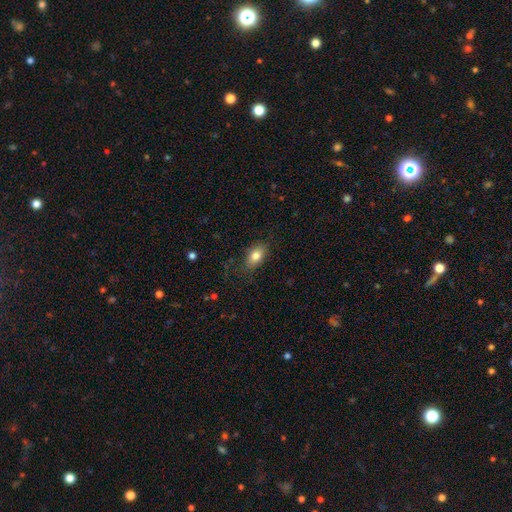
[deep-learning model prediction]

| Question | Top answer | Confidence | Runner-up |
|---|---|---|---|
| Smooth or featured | smooth | 82% | featured or disk (10%) |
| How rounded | in between | 86% | round (11%) |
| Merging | none | 79% | minor disturbance (15%) |